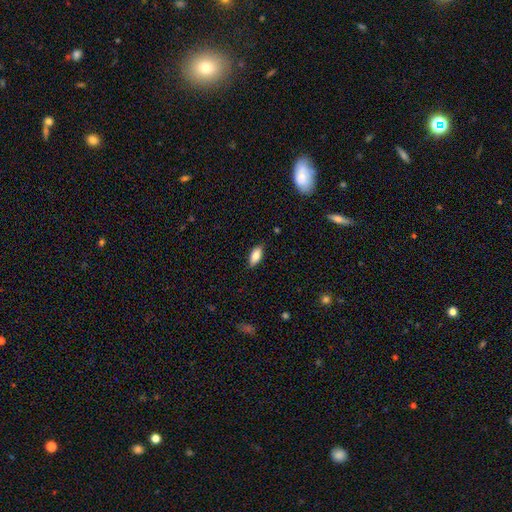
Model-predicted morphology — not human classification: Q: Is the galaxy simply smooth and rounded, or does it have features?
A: smooth — 82%.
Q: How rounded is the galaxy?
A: in between — 86%.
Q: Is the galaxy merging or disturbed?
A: none — 85%.